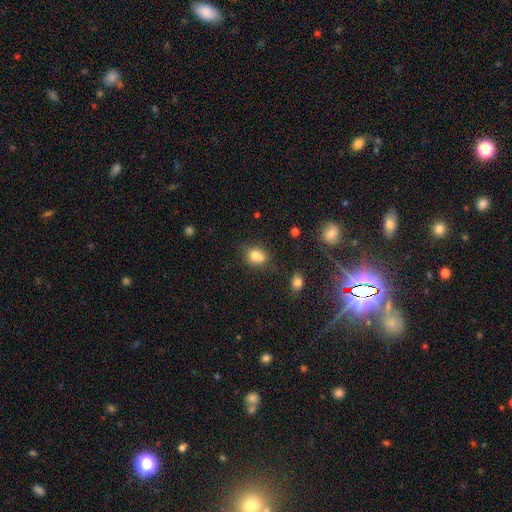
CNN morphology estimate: smooth 73%, featured or disk 14%, star or artifact 12%. Down the decision tree: how rounded — round (62%); merging — merger (43%).